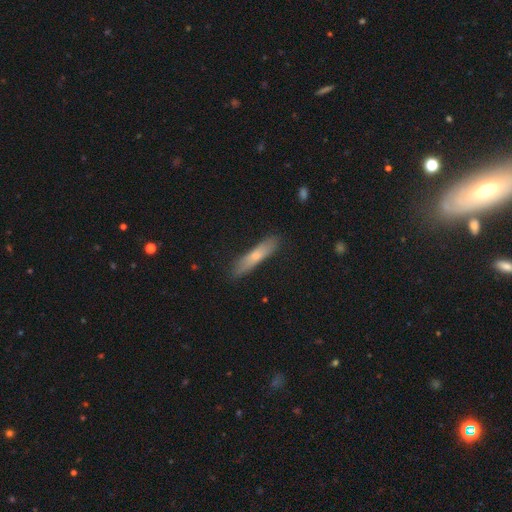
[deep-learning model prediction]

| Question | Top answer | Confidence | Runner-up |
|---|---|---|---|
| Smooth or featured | smooth | 63% | featured or disk (30%) |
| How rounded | cigar-shaped | 86% | in between (12%) |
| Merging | none | 84% | minor disturbance (13%) |